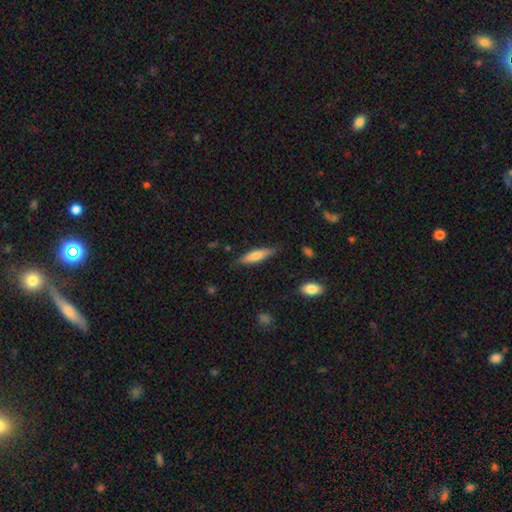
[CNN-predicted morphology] Smooth or featured? Predicted: smooth (p=0.68). How rounded? Predicted: cigar-shaped (p=0.72). Merging? Predicted: none (p=0.82).